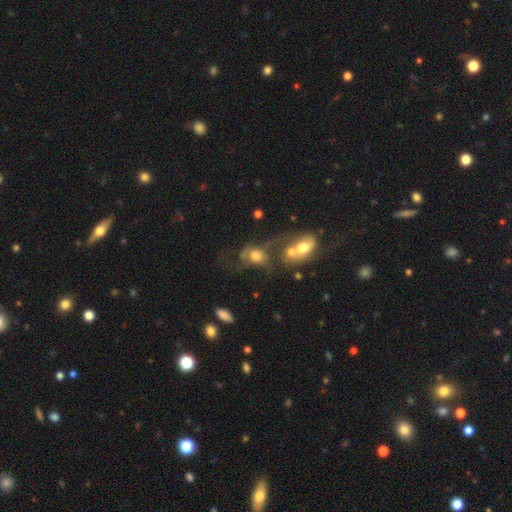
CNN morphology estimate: This is marginally a featured or disk galaxy (44%, tied with smooth). Merging: marginally merger (44%).